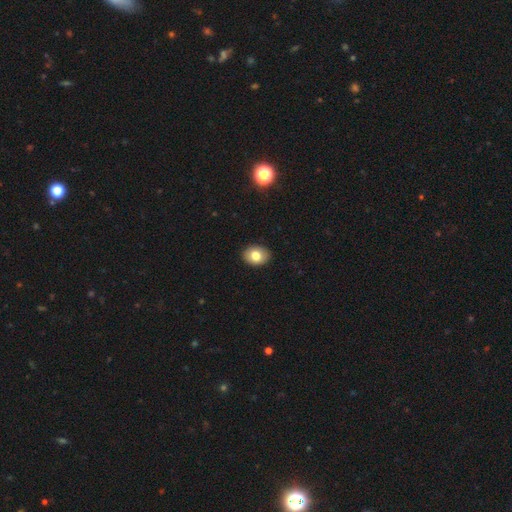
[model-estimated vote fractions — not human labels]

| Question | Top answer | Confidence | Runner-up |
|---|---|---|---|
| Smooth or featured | smooth | 80% | featured or disk (11%) |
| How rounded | in between | 62% | round (37%) |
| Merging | none | 90% | minor disturbance (7%) |